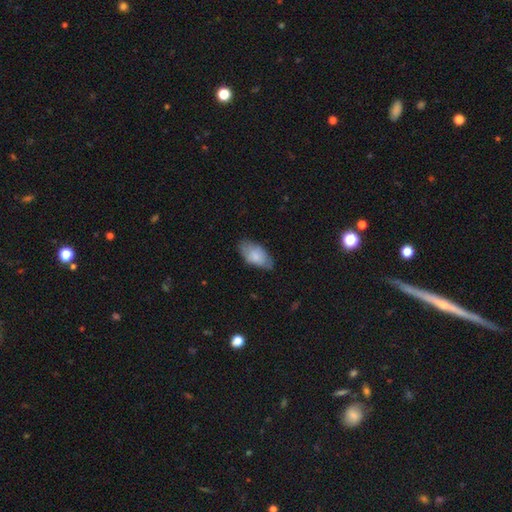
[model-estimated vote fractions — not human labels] smooth 78%, featured or disk 16%, star or artifact 6%. Down the decision tree: how rounded — in between (94%); merging — none (66%).